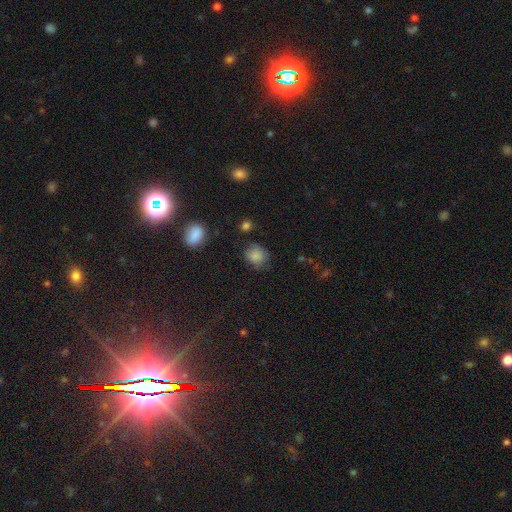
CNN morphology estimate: Overall: smooth (84%). How rounded: round (68%; in between 31%). Merging: none (68%).